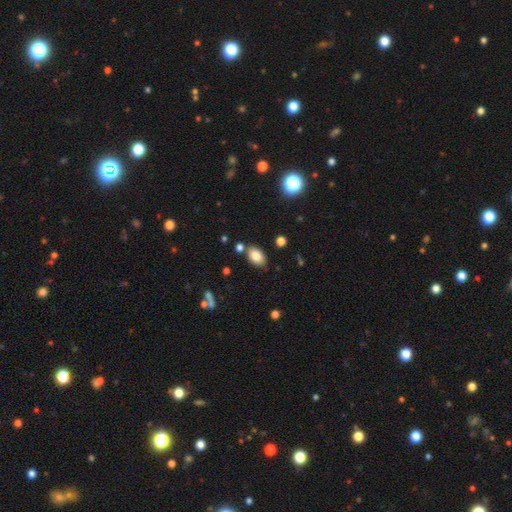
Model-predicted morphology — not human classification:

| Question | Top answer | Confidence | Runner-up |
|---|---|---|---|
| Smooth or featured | smooth | 82% | star or artifact (9%) |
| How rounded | in between | 88% | round (11%) |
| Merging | none | 76% | minor disturbance (13%) |